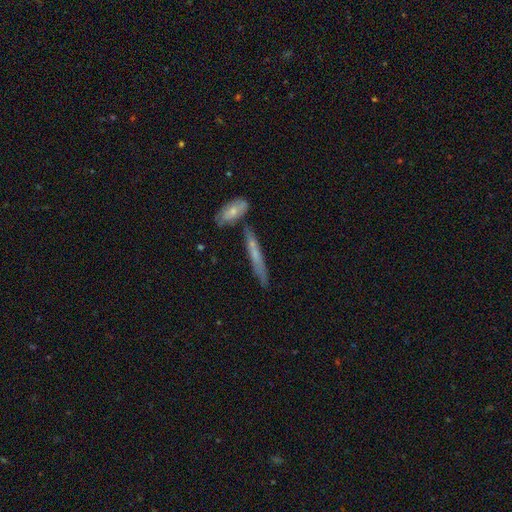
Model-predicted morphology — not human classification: smooth 50%, featured or disk 42%, star or artifact 7%. Down the decision tree: how rounded — cigar-shaped (92%); merging — none (69%).